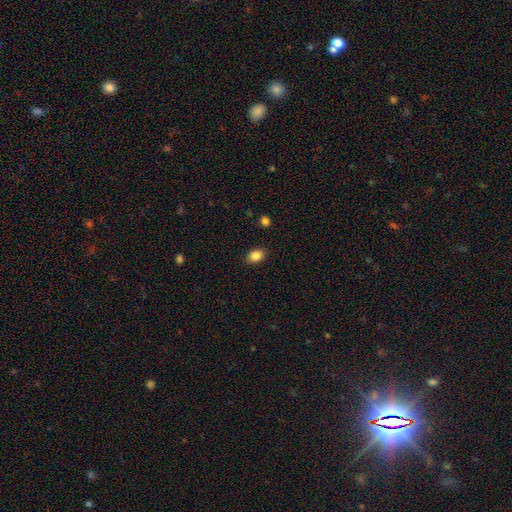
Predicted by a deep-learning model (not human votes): smooth-or-featured: smooth: 87% | star or artifact: 9% | featured or disk: 4%
  how-rounded: in between: 75% | round: 24% | cigar-shaped: 1%
  merging: none: 88% | minor disturbance: 9% | major disturbance: 2% | merger: 1%